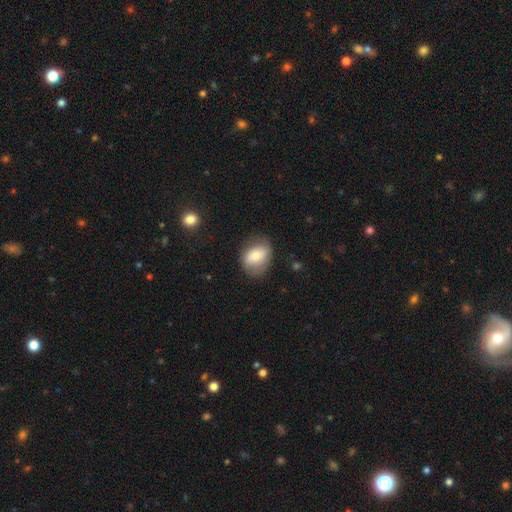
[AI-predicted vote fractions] smooth_or_featured: smooth (p=0.71) [alt: featured or disk p=0.21]
how_rounded: in between (p=0.65) [alt: round p=0.34]
merging: none (p=0.71) [alt: minor disturbance p=0.20]